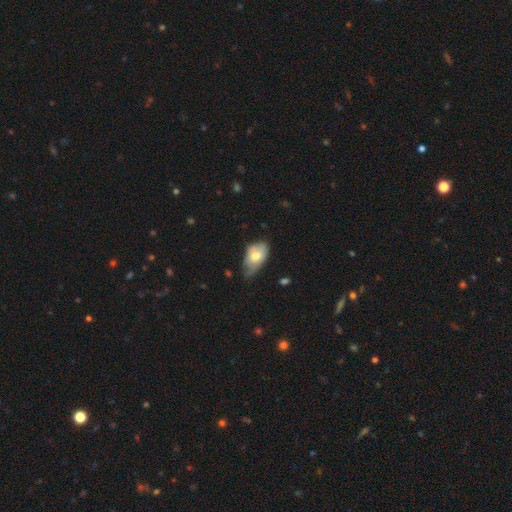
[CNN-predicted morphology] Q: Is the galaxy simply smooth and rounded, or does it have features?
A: smooth — 65%.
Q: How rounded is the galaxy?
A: in between — 91%.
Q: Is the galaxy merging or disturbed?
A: minor disturbance — 47%.